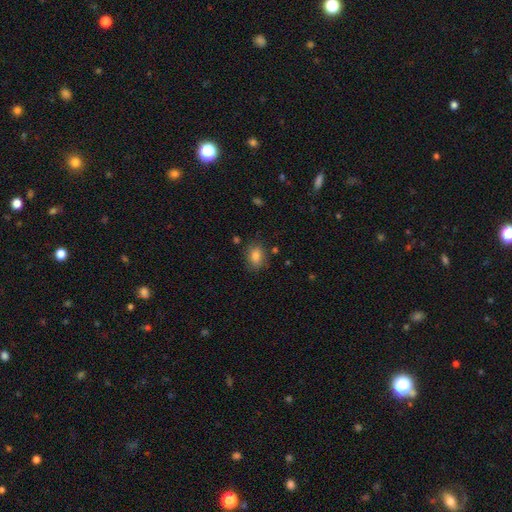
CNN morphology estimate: This appears to be a smooth galaxy with no disk features (82%) that is in between round and cigar-shaped (66%). Merging: none (79%).